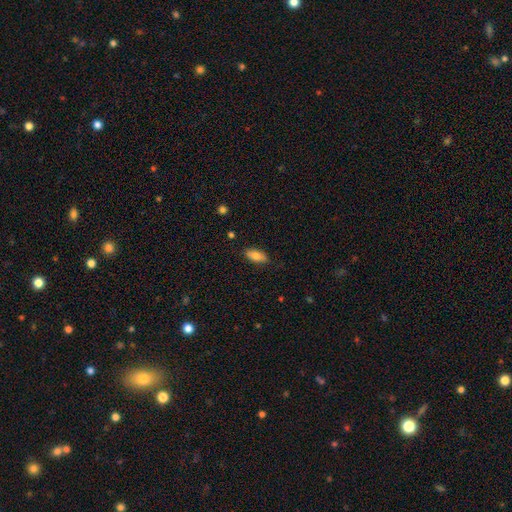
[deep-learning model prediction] Morphology: type=smooth (80%); roundness=in between (85%); merging=none (86%).